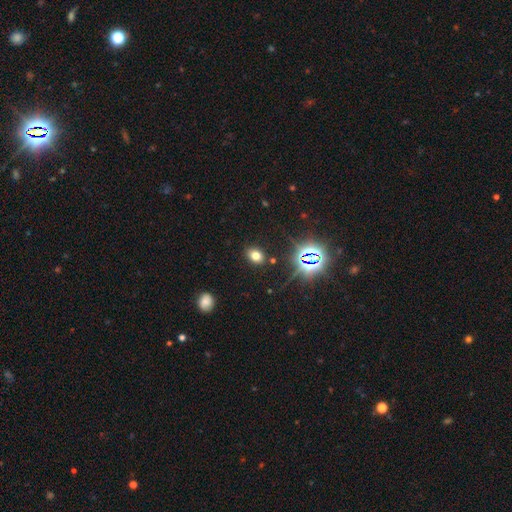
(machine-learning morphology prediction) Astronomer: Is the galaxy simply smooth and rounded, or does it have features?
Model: smooth — 68%.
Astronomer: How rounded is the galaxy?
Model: in between — 65%.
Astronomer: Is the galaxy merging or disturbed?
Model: none — 86%.